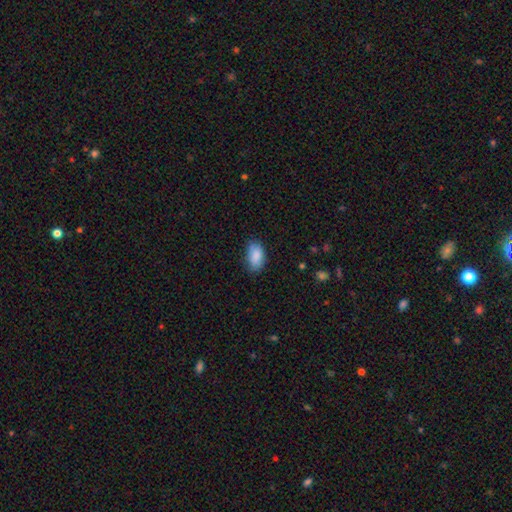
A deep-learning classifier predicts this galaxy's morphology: This appears to be a smooth galaxy with no disk features (88%) that is in between round and cigar-shaped (93%). Merging: none (74%).